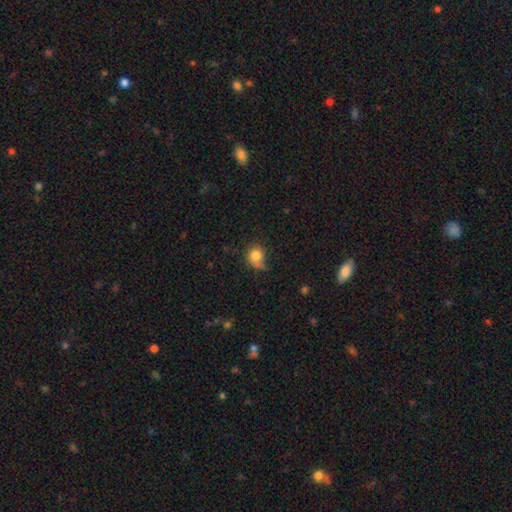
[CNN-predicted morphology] Smooth or featured? Predicted: smooth (p=0.79). How rounded? Predicted: round (p=0.76). Merging? Predicted: none (p=0.44).